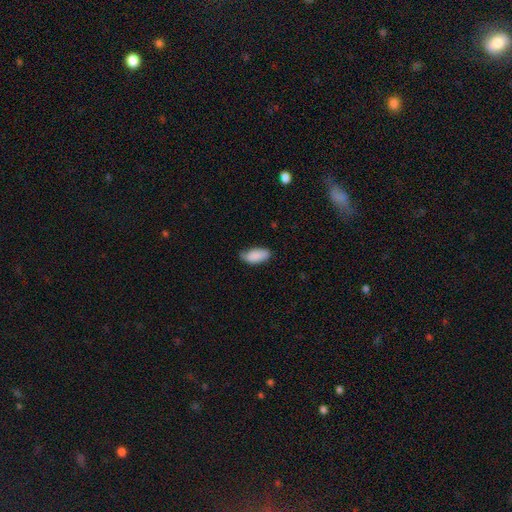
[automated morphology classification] The model was most divided on "merging": none: 63%, minor disturbance: 31%, major disturbance: 5%, merger: 1%. More confident: how rounded — in between (91%); smooth or featured — smooth (87%).